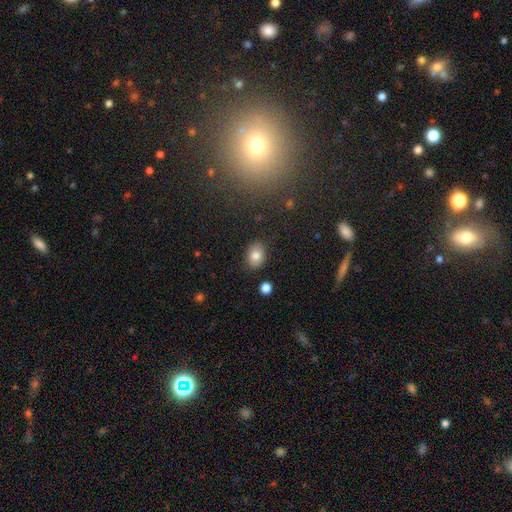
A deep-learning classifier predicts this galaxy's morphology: smooth-or-featured: smooth: 81% | featured or disk: 10% | star or artifact: 9%
  how-rounded: in between: 73% | round: 26% | cigar-shaped: 1%
  merging: none: 86% | minor disturbance: 10% | major disturbance: 2% | merger: 2%